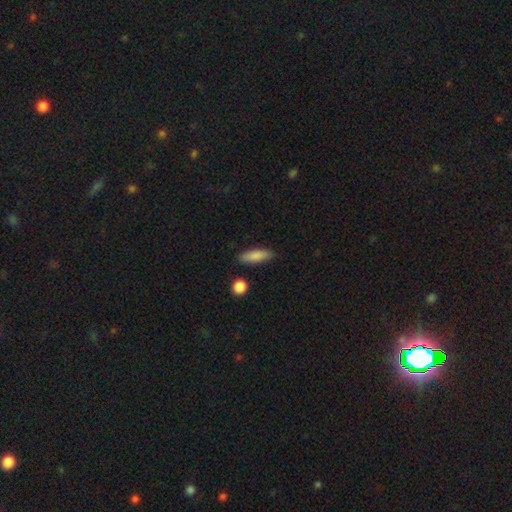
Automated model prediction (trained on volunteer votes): Morphology: type=smooth (85%); roundness=cigar-shaped (49%, tied with in between); merging=none (87%).